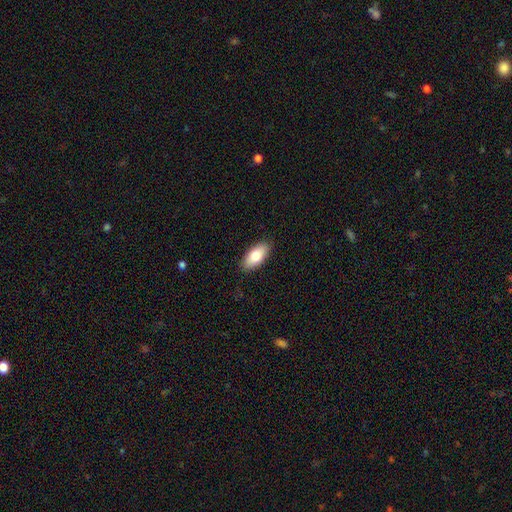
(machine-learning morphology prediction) Smooth or featured? smooth (78%)
How rounded? in between (89%)
Merging? none (89%)